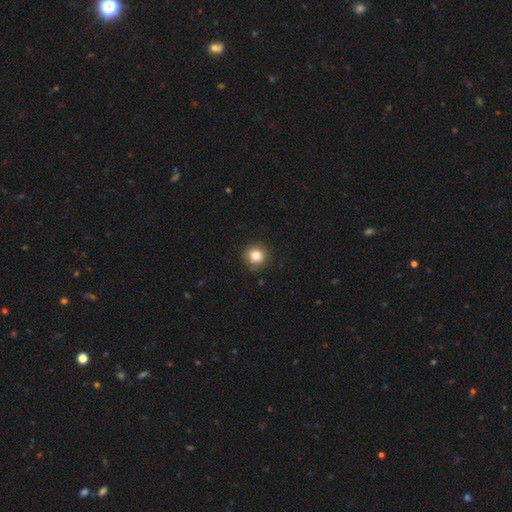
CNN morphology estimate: smooth-or-featured: smooth: 81% | star or artifact: 11% | featured or disk: 7%
  how-rounded: round: 94% | in between: 5% | cigar-shaped: 1%
  merging: none: 90% | minor disturbance: 7% | major disturbance: 2% | merger: 1%